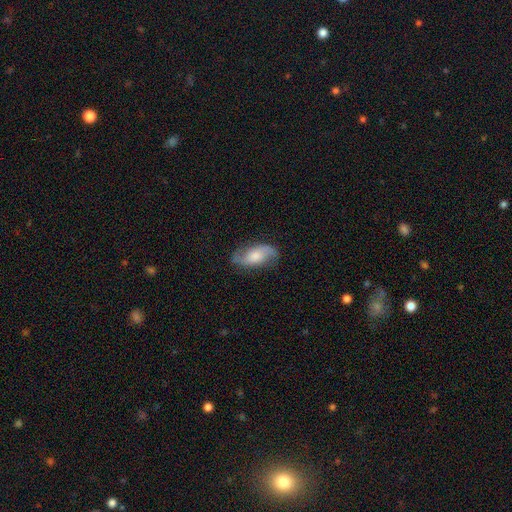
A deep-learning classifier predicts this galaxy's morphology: Smooth or featured?
  - featured or disk: 65% *
  - smooth: 28%
  - star or artifact: 7%
Edge-on disk?
  - no: 93% *
  - yes: 7%
Bar?
  - no: 59% *
  - weak: 33%
  - strong: 8%
Spiral arms?
  - yes: 92% *
  - no: 8%
Spiral winding?
  - loose: 53% *
  - medium: 35%
  - tight: 12%
Spiral arm count?
  - 2: 89% *
  - can't tell: 5%
  - 1: 3%
  - 3: 1%
  - 4: 1%
  - more than 4: 1%
Bulge size?
  - moderate: 44% *
  - large: 23%
  - small: 21%
  - none: 9%
  - dominant: 3%
Merging?
  - none: 76% *
  - minor disturbance: 17%
  - major disturbance: 6%
  - merger: 1%